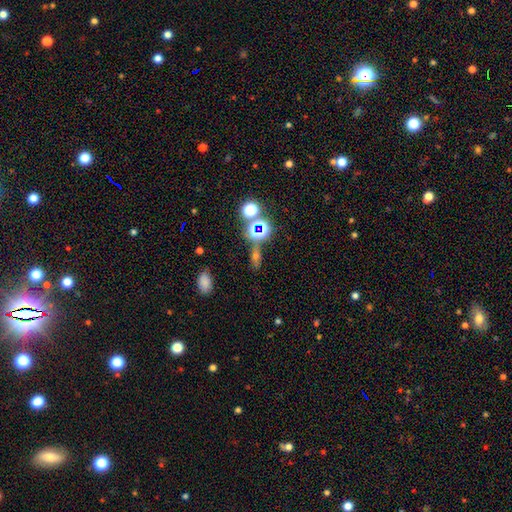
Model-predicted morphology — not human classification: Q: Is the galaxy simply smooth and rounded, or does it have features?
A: star or artifact — 50%.